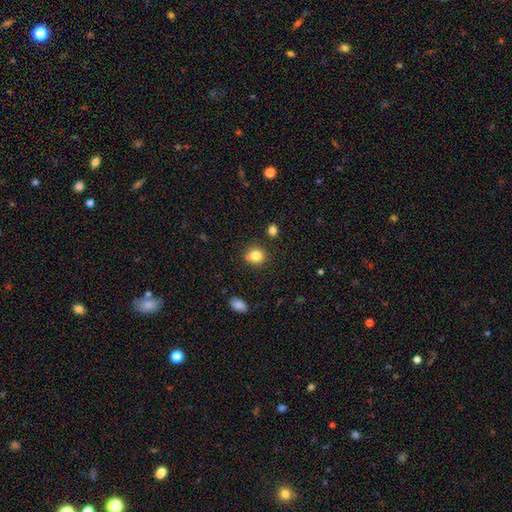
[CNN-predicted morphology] Smooth or featured: smooth — 80% (star or artifact — 12%)
How rounded: round — 83% (in between — 16%)
Merging: none — 71% (merger — 13%)